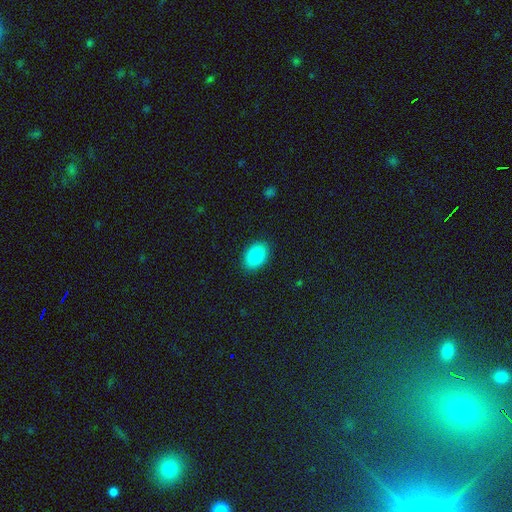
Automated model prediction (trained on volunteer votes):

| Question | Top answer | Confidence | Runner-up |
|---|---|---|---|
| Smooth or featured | smooth | 85% | featured or disk (8%) |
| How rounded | in between | 86% | round (13%) |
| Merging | none | 89% | minor disturbance (8%) |